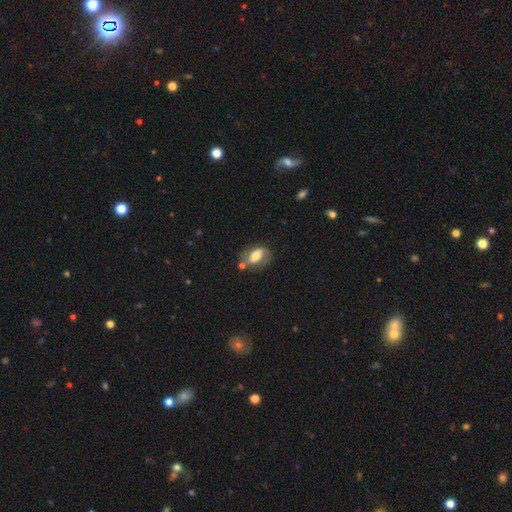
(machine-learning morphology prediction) smooth 52%, featured or disk 40%, star or artifact 8%. Down the decision tree: how rounded — in between (85%); merging — none (52%).